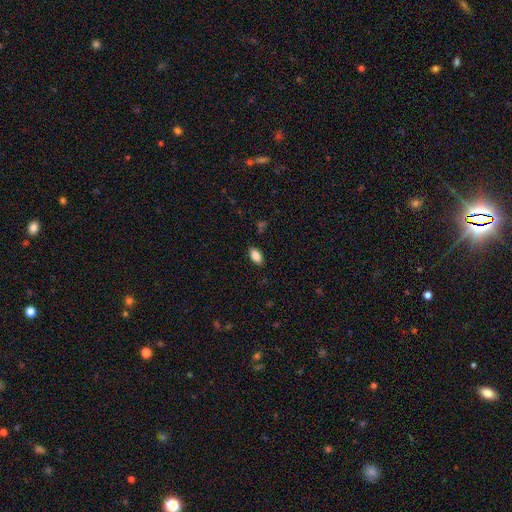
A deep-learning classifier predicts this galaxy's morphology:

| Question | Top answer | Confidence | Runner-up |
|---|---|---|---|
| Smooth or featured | smooth | 84% | featured or disk (8%) |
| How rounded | in between | 92% | cigar-shaped (4%) |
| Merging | none | 87% | minor disturbance (10%) |